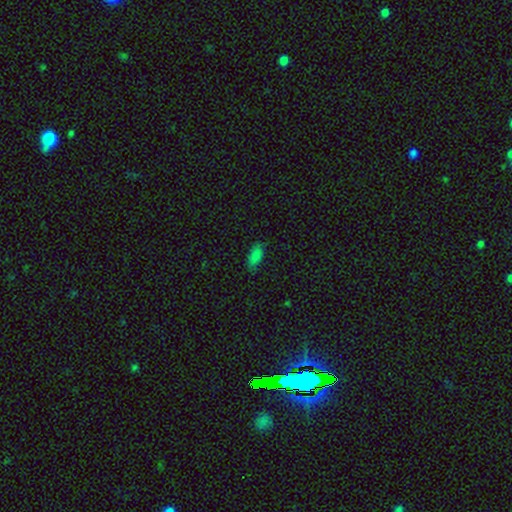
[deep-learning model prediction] Overall: smooth (83%). How rounded: in between (89%). Merging: none (75%).